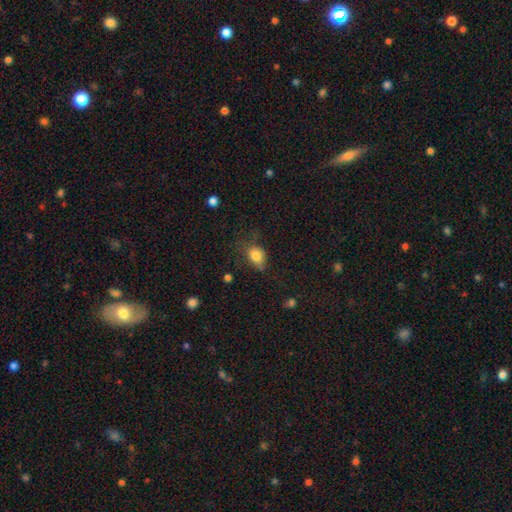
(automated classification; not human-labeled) smooth_or_featured: smooth (p=0.81) [alt: star or artifact p=0.10]
how_rounded: in between (p=0.63) [alt: round p=0.35]
merging: none (p=0.47) [alt: minor disturbance p=0.32]